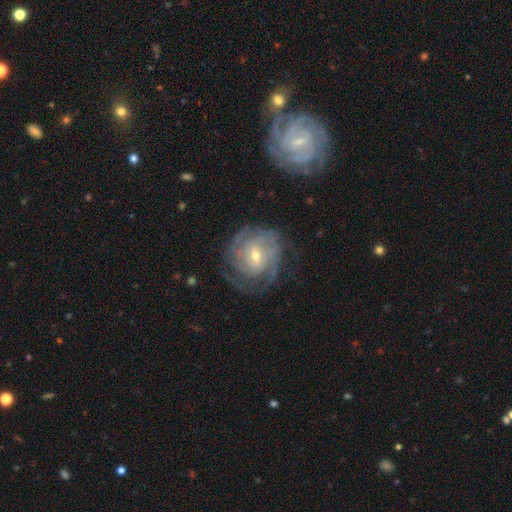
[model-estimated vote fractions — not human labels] Smooth or featured? Predicted: featured or disk (p=0.83). Edge-on disk? Predicted: no (p=0.97). Bar? Predicted: no (p=0.45). Spiral arms? Predicted: yes (p=0.94). Spiral winding? Predicted: tight (p=0.72). Spiral arm count? Predicted: can't tell (p=0.38). Bulge size? Predicted: small (p=0.49). Merging? Predicted: none (p=0.70).